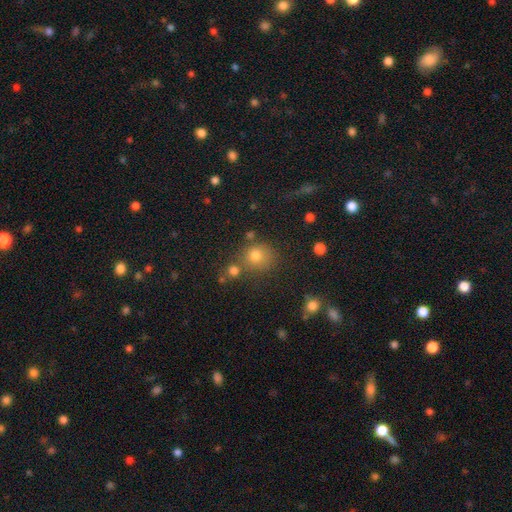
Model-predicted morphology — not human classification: A smooth galaxy with no disk features (74%) that is round (81%).

Vote fractions:
- Smooth or featured? smooth: 74% / star or artifact: 17% / featured or disk: 9%
- How rounded? round: 81% / in between: 18% / cigar-shaped: 1%
- Merging? none: 65% / merger: 18% / minor disturbance: 12% / major disturbance: 5%